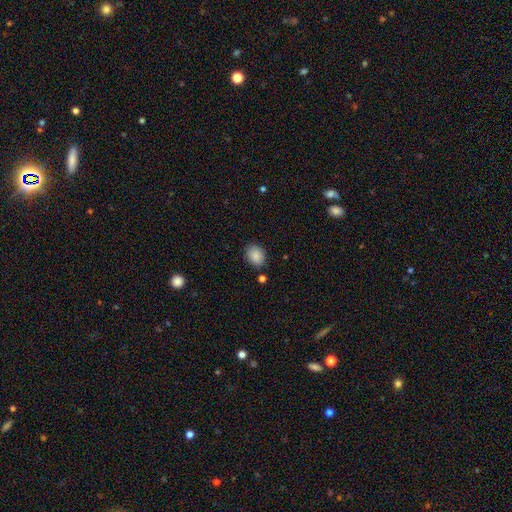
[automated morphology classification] Smooth or featured?
  - smooth: 88% *
  - star or artifact: 8%
  - featured or disk: 4%
How rounded?
  - in between: 58% *
  - round: 41%
  - cigar-shaped: 1%
Merging?
  - none: 81% *
  - minor disturbance: 13%
  - merger: 3%
  - major disturbance: 3%